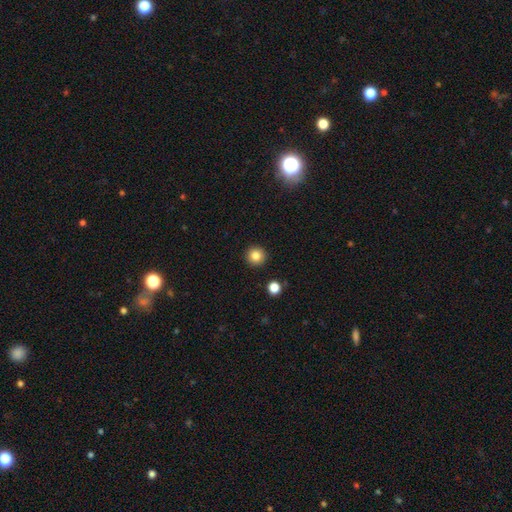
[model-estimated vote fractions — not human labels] This appears to be a smooth galaxy with no disk features (83%) that is round (95%). Merging: none (93%).